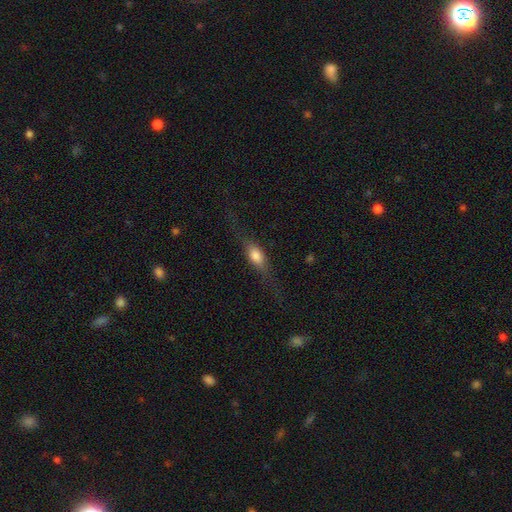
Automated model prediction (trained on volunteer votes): Smooth or featured: smooth — 52% (featured or disk — 40%)
How rounded: in between — 54% (cigar-shaped — 38%)
Merging: none — 67% (minor disturbance — 18%)